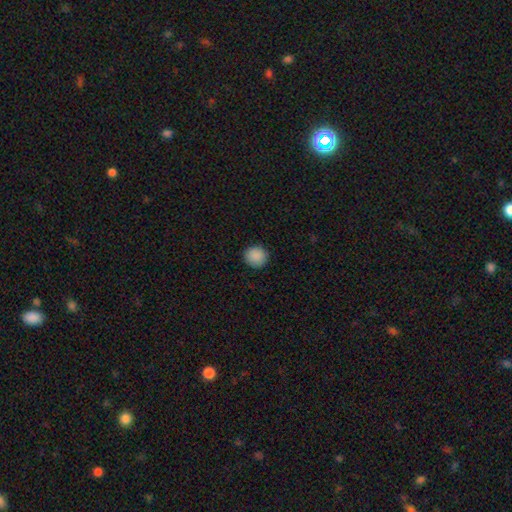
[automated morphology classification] Smooth or featured? Predicted: smooth (p=0.89). How rounded? Predicted: round (p=0.92). Merging? Predicted: none (p=0.92).